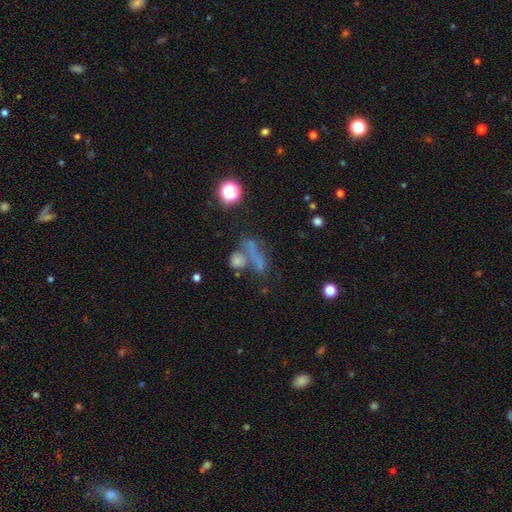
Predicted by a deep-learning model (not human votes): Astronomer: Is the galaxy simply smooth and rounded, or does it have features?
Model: smooth — 50% (runner-up: star or artifact, 27%).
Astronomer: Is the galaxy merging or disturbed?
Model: none — 42% (runner-up: merger, 31%).